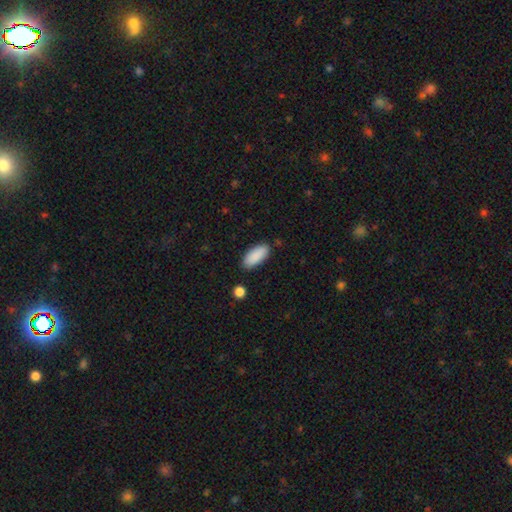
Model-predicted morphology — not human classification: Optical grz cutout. It shows a smooth galaxy with no disk features (89%) that is in between round and cigar-shaped (85%). Merging: none (84%).